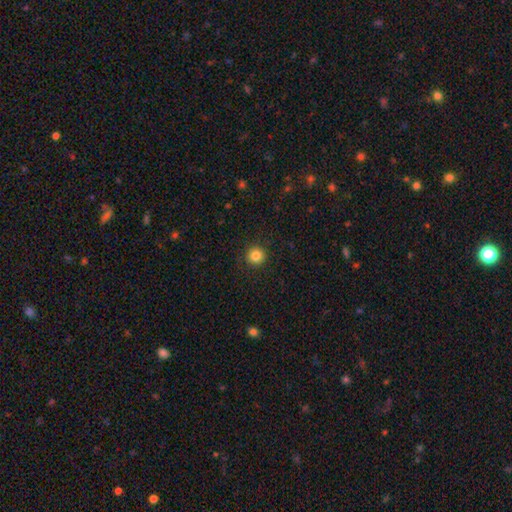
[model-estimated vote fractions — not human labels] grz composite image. It shows a smooth galaxy with no disk features (84%) that is round (95%). Merging: none (91%).